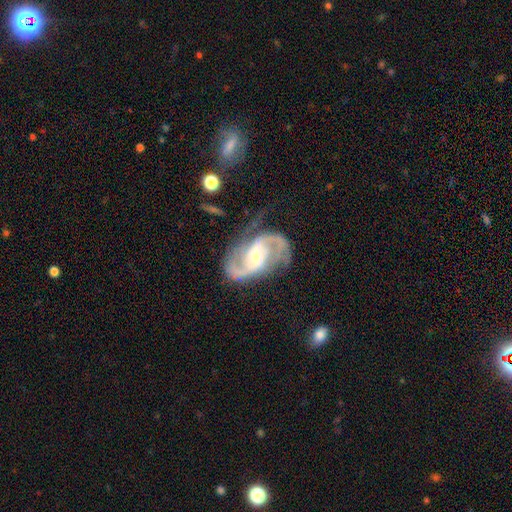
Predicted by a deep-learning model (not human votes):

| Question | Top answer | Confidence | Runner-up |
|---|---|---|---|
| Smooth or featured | featured or disk | 91% | star or artifact (5%) |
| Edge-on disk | no | 98% | yes (2%) |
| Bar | weak | 48% | strong (29%) |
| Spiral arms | yes | 98% | no (2%) |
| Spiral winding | medium | 57% | loose (22%) |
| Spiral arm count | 2 | 90% | 3 (3%) |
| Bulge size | moderate | 42% | small (41%) |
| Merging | none | 65% | minor disturbance (19%) |